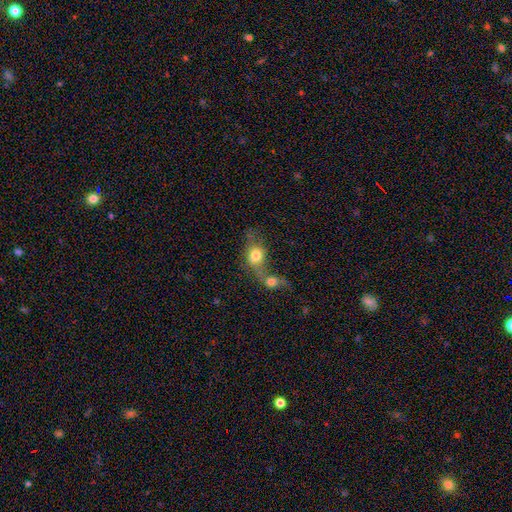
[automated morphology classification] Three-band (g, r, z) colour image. It shows a smooth galaxy with no disk features (74%) that is round (54%). Merging: merger (68%).